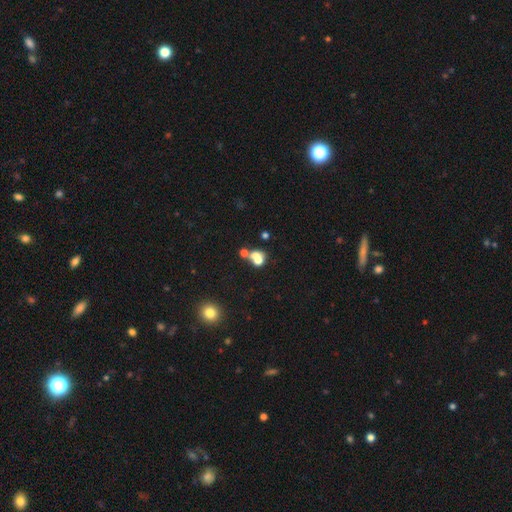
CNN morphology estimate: A smooth galaxy with no disk features (63%) that is round (69%). Merging: merger (55%).